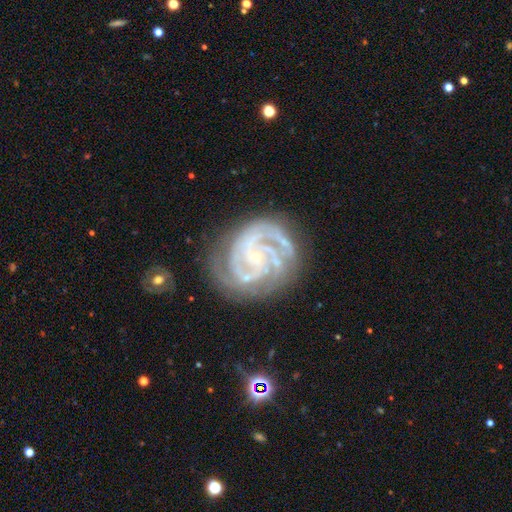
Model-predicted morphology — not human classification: Smooth or featured? Predicted: featured or disk (p=0.90). Edge-on disk? Predicted: no (p=0.98). Bar? Predicted: no (p=0.61). Spiral arms? Predicted: yes (p=0.98). Spiral winding? Predicted: tight (p=0.67). Spiral arm count? Predicted: 3 (p=0.38). Bulge size? Predicted: small (p=0.86). Merging? Predicted: none (p=0.71).